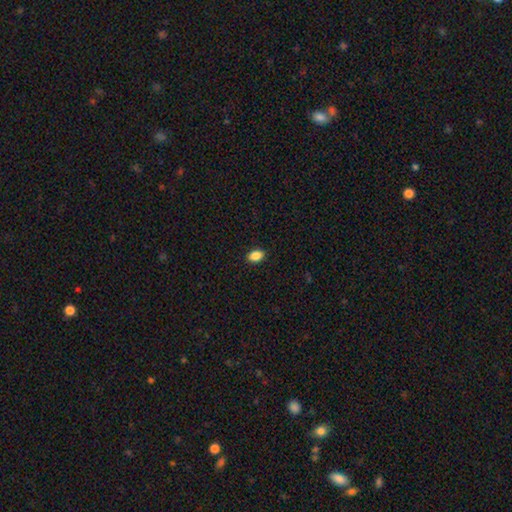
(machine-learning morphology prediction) This is clearly a smooth galaxy (88%). How rounded: clearly in between (84%). Merging: clearly none (90%).